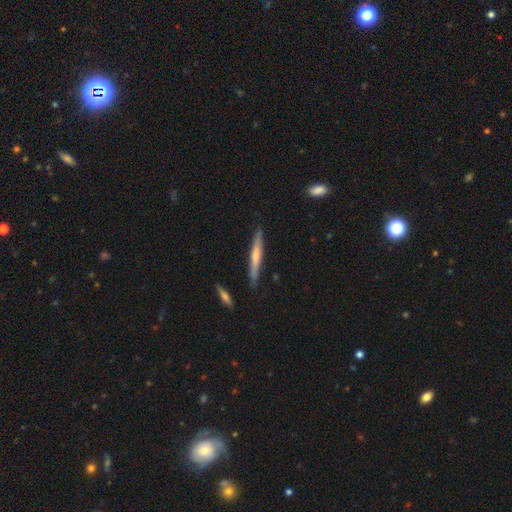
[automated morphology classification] A featured or disk galaxy (47%, tied with smooth). Merging: none (88%).